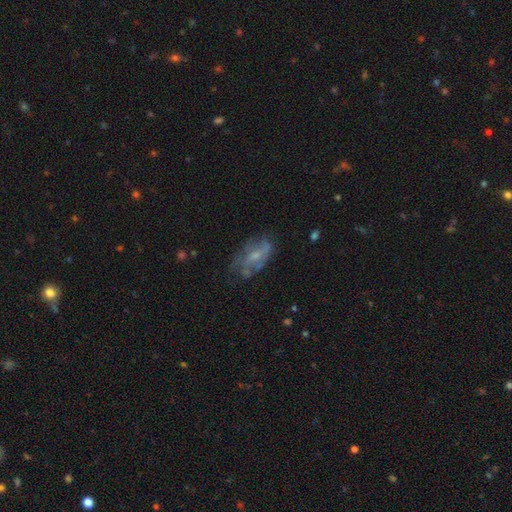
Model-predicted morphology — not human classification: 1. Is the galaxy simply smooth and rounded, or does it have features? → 55% featured or disk, 35% smooth, 10% star or artifact.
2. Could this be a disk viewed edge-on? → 93% no, 7% yes.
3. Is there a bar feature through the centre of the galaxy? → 65% no, 29% weak, 6% strong.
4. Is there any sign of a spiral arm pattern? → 50% yes (tied), 50% no (tied).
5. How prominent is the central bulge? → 49% small, 35% moderate, 12% none, 2% large, 1% dominant.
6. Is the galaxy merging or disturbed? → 52% none, 27% minor disturbance, 18% major disturbance, 3% merger.